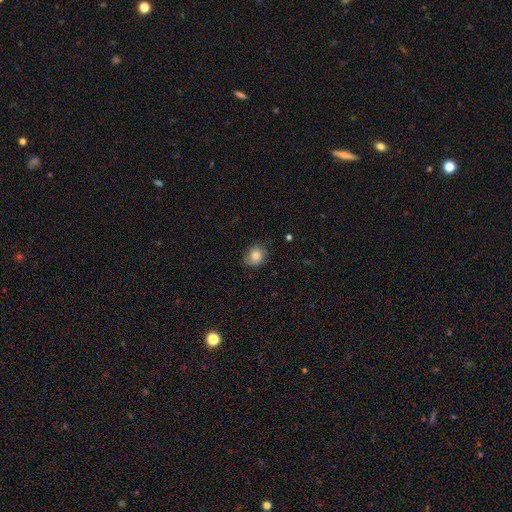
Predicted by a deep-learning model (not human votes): smooth_or_featured: smooth (p=0.82) [alt: featured or disk p=0.09]
how_rounded: round (p=0.68) [alt: in between p=0.31]
merging: none (p=0.75) [alt: minor disturbance p=0.20]